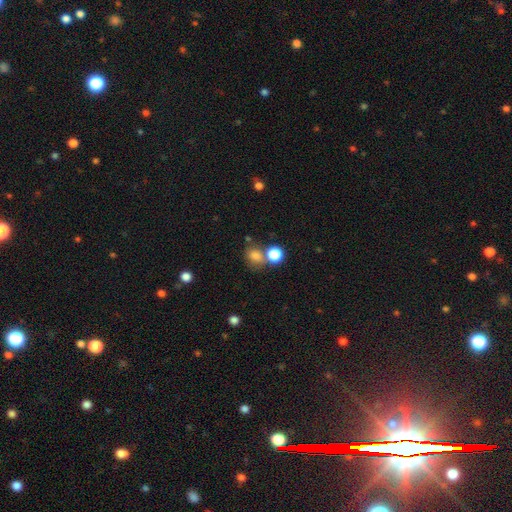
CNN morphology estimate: This is likely a smooth galaxy (77%). How rounded: likely round (61%). Merging: possibly none (56%).